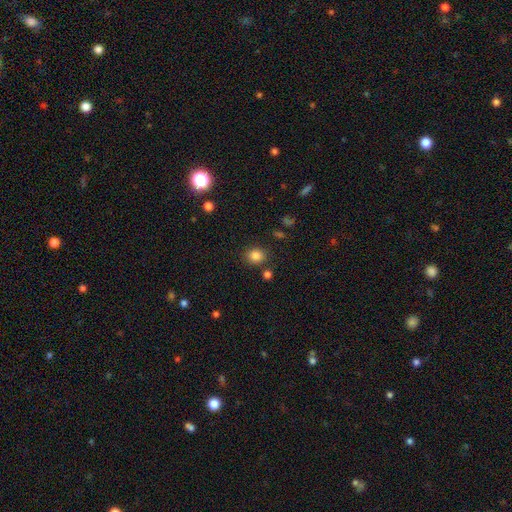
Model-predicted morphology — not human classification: Smooth or featured: smooth — 84% (star or artifact — 12%)
How rounded: round — 73% (in between — 27%)
Merging: none — 83% (minor disturbance — 9%)